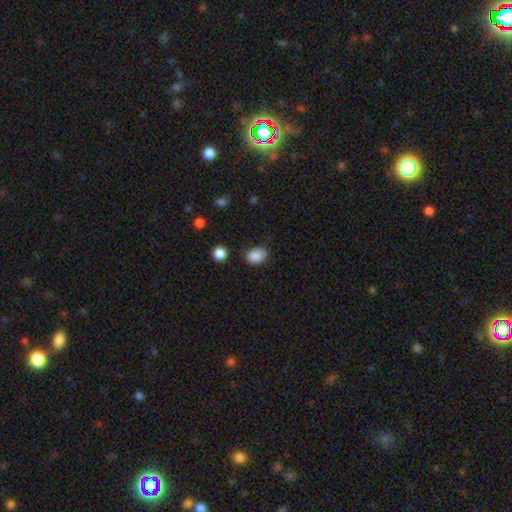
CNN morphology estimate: Smooth or featured? Predicted: smooth (p=0.87). How rounded? Predicted: in between (p=0.73). Merging? Predicted: none (p=0.72).